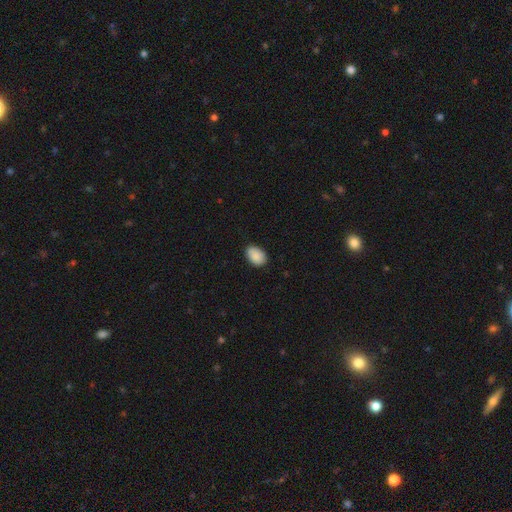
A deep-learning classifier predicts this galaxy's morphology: Smooth or featured? smooth (90%)
How rounded? in between (84%)
Merging? none (85%)